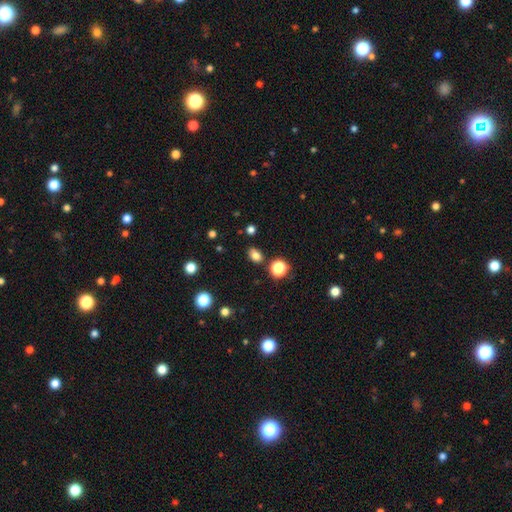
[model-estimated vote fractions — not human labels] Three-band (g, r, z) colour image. It shows a smooth galaxy with no disk features (80%) that is in between round and cigar-shaped (71%). Merging: none (83%).